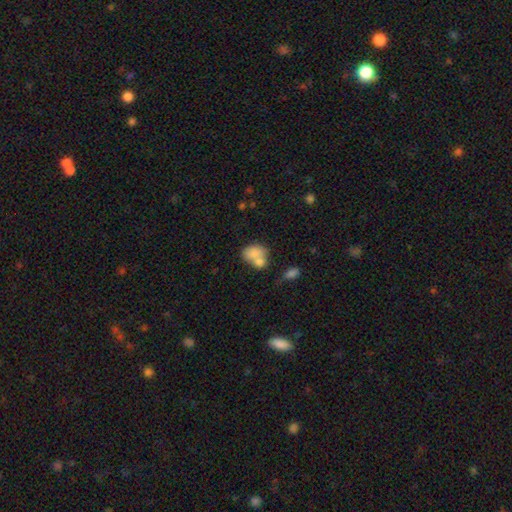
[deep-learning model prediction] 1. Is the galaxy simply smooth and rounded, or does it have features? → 76% smooth, 15% featured or disk, 8% star or artifact.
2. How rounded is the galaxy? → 66% in between, 33% round, 1% cigar-shaped.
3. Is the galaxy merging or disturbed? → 56% merger, 27% none, 11% minor disturbance, 6% major disturbance.